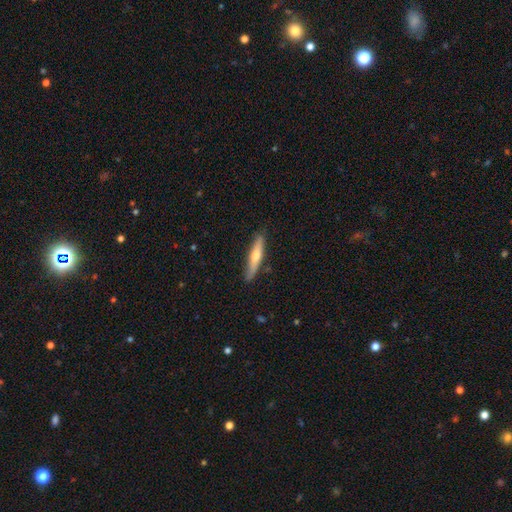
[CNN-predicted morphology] Q: Smooth or featured?
A: featured or disk (49%); runner-up: smooth (46%)
Q: Merging?
A: none (86%); runner-up: minor disturbance (11%)